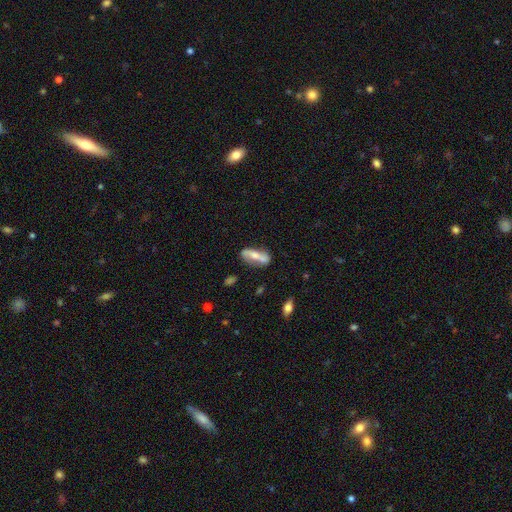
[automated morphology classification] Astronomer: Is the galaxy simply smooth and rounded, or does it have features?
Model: featured or disk — 48% (runner-up: smooth, 46%).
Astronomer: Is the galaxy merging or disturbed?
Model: none — 58%.